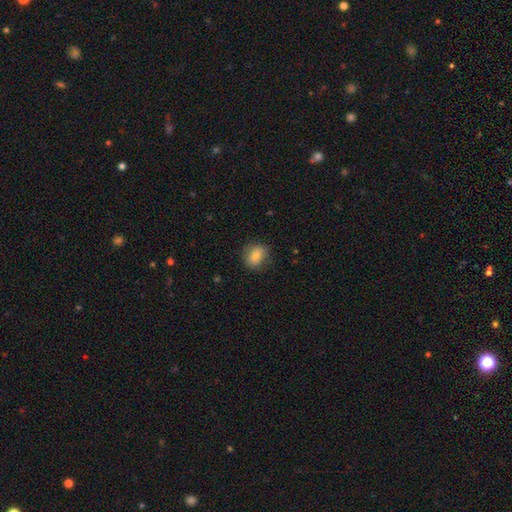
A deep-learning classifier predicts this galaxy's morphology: A smooth galaxy with no disk features (75%) that is round (63%).

Vote fractions:
- Smooth or featured? smooth: 75% / featured or disk: 16% / star or artifact: 9%
- How rounded? round: 63% / in between: 36% / cigar-shaped: 1%
- Merging? none: 80% / minor disturbance: 15% / major disturbance: 4% / merger: 1%